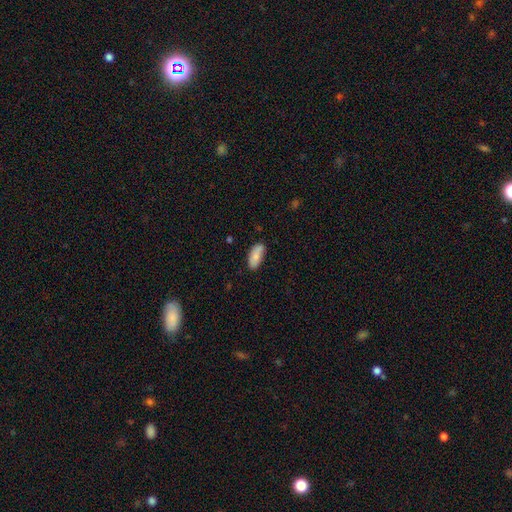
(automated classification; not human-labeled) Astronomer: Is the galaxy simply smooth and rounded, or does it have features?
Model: smooth — 81%.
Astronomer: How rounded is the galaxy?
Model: in between — 88%.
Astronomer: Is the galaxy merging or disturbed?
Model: none — 71%.